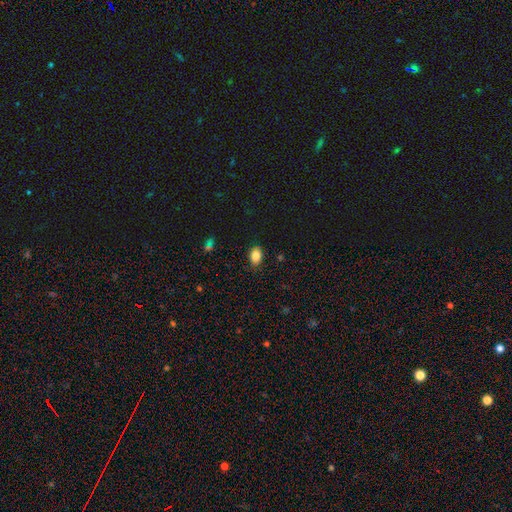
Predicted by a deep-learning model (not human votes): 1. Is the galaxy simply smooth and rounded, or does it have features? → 85% smooth, 9% star or artifact, 6% featured or disk.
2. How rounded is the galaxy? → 81% in between, 18% round, 1% cigar-shaped.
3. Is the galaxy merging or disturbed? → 85% none, 11% minor disturbance, 2% major disturbance, 1% merger.